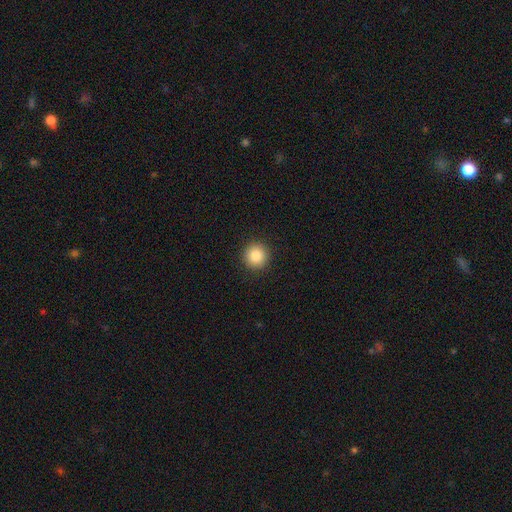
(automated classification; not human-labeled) A smooth galaxy with no disk features (86%) that is round (94%). Merging: none (92%).